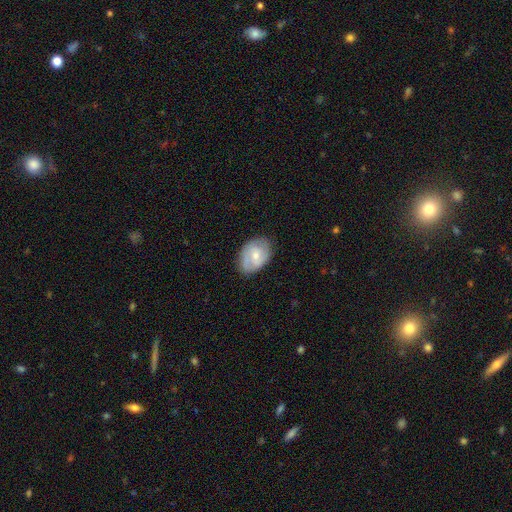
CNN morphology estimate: This is possibly a featured or disk galaxy (48%). Merging: likely none (72%).